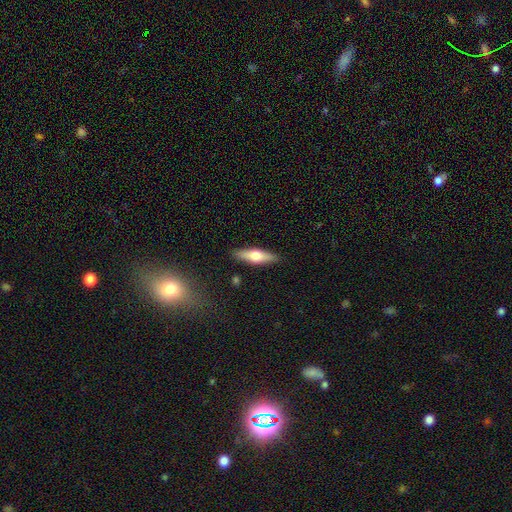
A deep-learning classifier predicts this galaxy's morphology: This appears to be a smooth galaxy with no disk features (53%) that is cigar-shaped (62%). Merging: none (88%).